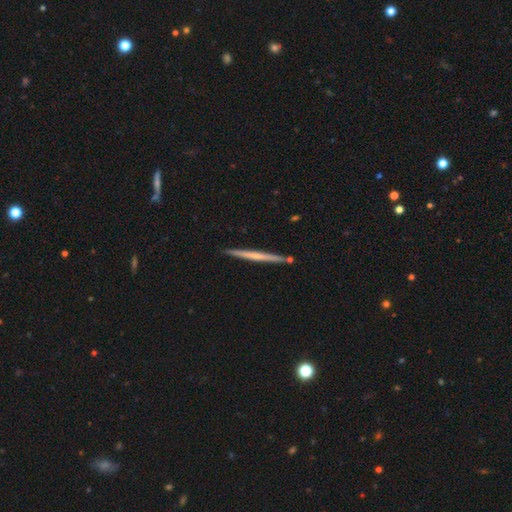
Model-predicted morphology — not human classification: smooth_or_featured: featured or disk (p=0.56) [alt: smooth p=0.39]
disk_edge_on: yes (p=0.98) [alt: no p=0.02]
edge_on_bulge: none (p=0.73) [alt: rounded p=0.22]
merging: none (p=0.90) [alt: minor disturbance p=0.07]